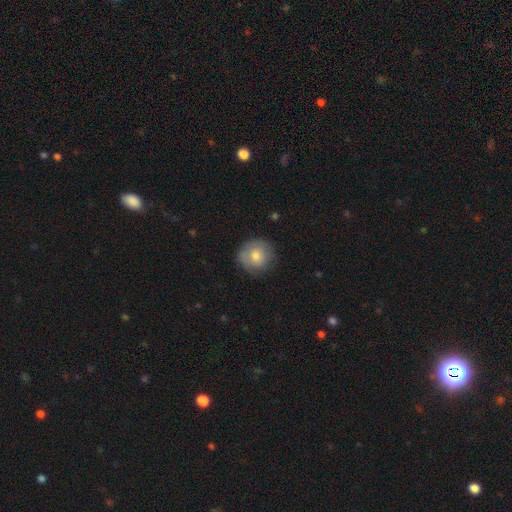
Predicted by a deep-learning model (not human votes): This is likely a smooth galaxy (72%). How rounded: clearly round (90%). Merging: likely none (78%).